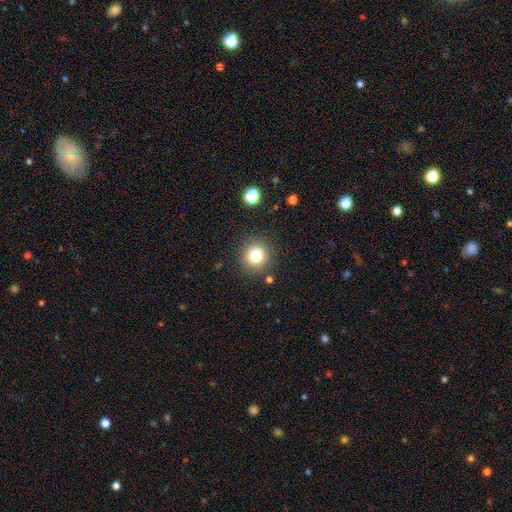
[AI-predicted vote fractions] smooth 79%, star or artifact 13%, featured or disk 8%. Down the decision tree: how rounded — round (90%); merging — none (87%).